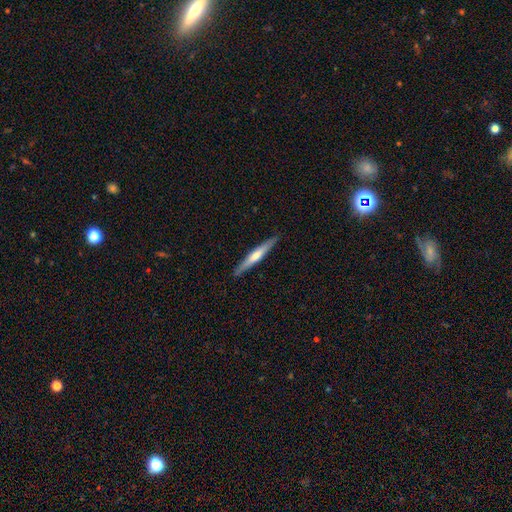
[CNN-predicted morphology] This appears to be a featured or disk galaxy (55%) viewed edge-on (96%) with a rounded central bulge (68%). Merging: none (90%).